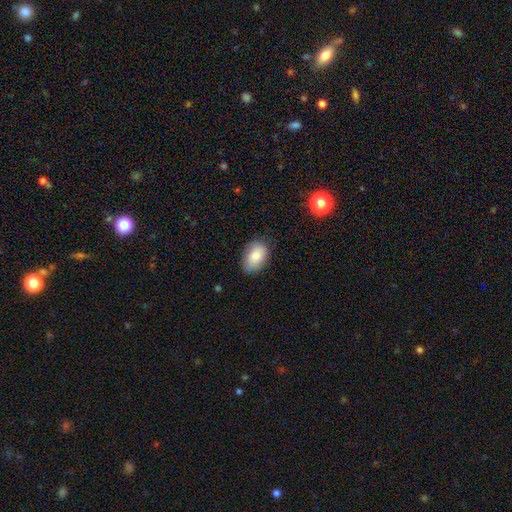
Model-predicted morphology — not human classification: smooth-or-featured: smooth: 83% | featured or disk: 9% | star or artifact: 7%
  how-rounded: in between: 88% | round: 11% | cigar-shaped: 1%
  merging: none: 82% | minor disturbance: 14% | major disturbance: 3% | merger: 1%